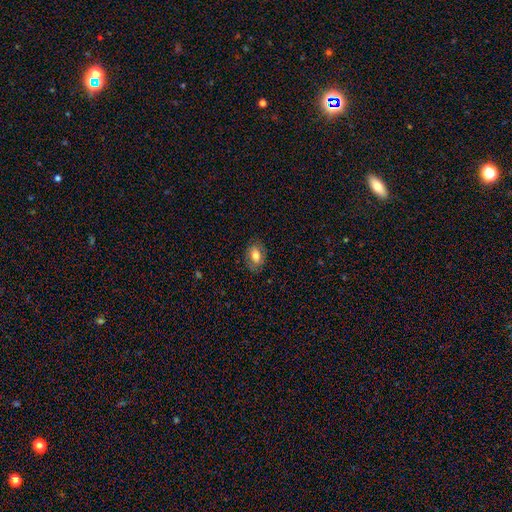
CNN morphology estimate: Q: Smooth or featured?
A: smooth (73%); runner-up: featured or disk (19%)
Q: How rounded?
A: in between (84%); runner-up: round (14%)
Q: Merging?
A: none (81%); runner-up: minor disturbance (14%)